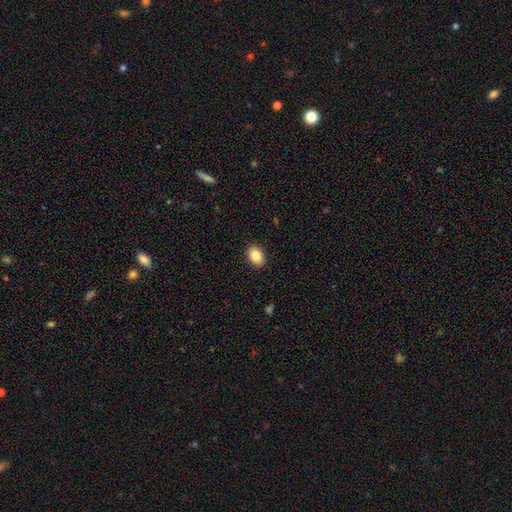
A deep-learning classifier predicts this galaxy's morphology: This is clearly a smooth galaxy (84%). How rounded: likely in between (79%). Merging: clearly none (90%).